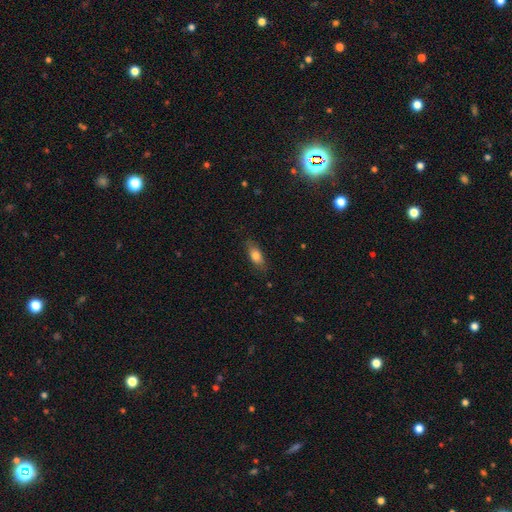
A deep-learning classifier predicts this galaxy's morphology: smooth 77%, featured or disk 16%, star or artifact 7%. Down the decision tree: how rounded — in between (76%); merging — none (80%).